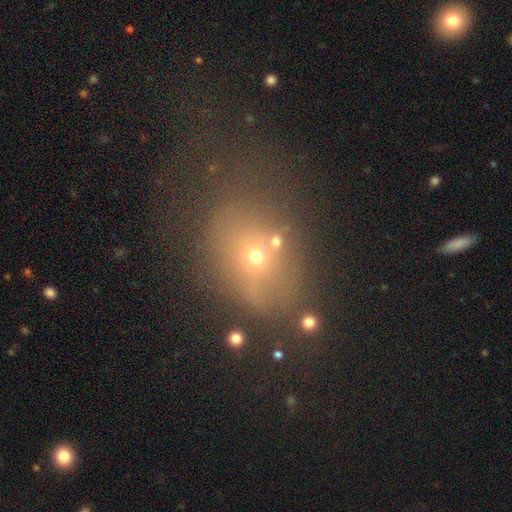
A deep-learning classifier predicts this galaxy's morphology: smooth-or-featured: smooth: 55% | star or artifact: 25% | featured or disk: 21%
  how-rounded: round: 58% | in between: 41% | cigar-shaped: 1%
  merging: none: 58% | minor disturbance: 17% | major disturbance: 13% | merger: 11%